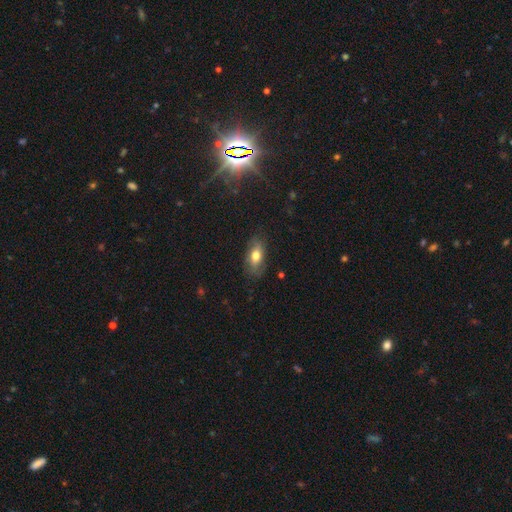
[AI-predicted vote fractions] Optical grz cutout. It shows a smooth galaxy with no disk features (66%) that is in between round and cigar-shaped (84%). Merging: none (76%).